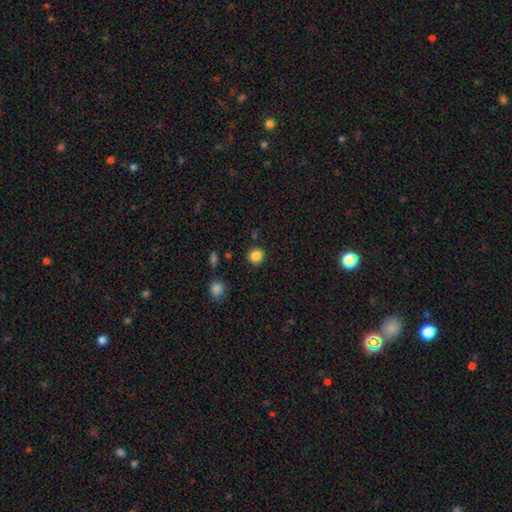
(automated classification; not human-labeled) Smooth or featured? smooth (85%)
How rounded? round (91%)
Merging? none (89%)